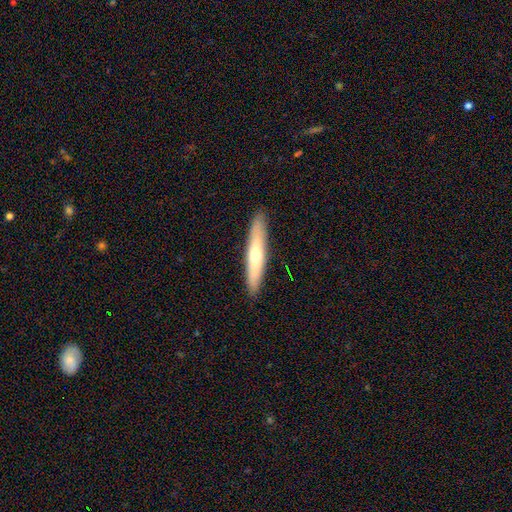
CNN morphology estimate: Overall: smooth (55%; featured or disk 39%). How rounded: cigar-shaped (90%). Merging: none (91%).